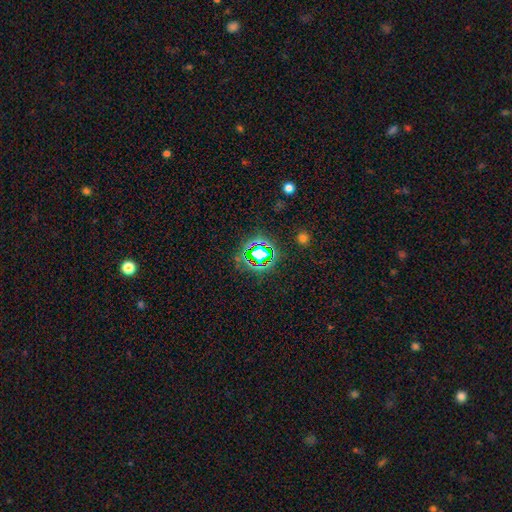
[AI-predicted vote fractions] Overall: star or artifact (68%).